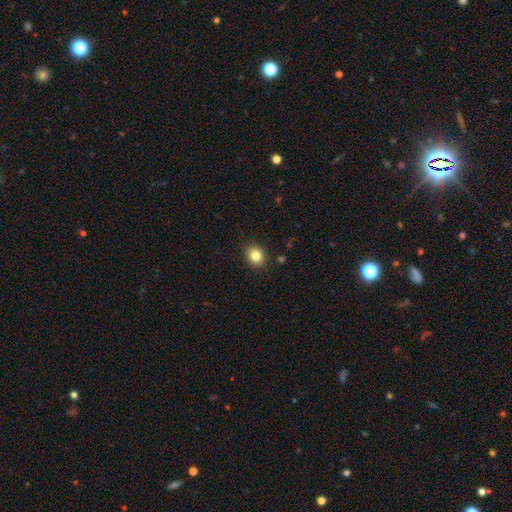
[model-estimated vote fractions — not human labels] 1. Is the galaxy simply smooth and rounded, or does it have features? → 83% smooth, 11% star or artifact, 7% featured or disk.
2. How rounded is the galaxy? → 72% round, 27% in between, 1% cigar-shaped.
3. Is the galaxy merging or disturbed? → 90% none, 7% minor disturbance, 2% major disturbance, 1% merger.